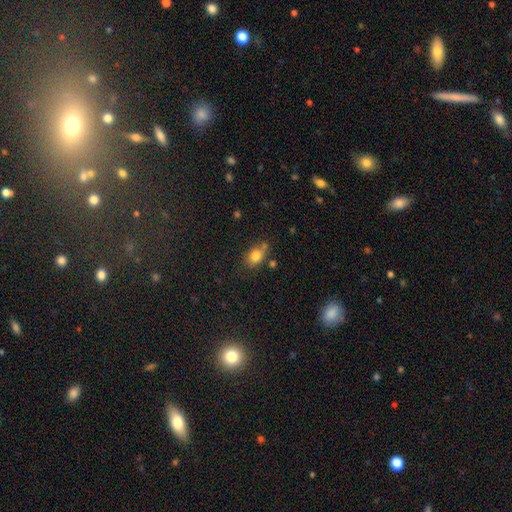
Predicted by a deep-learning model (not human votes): smooth_or_featured: smooth (p=0.80) [alt: star or artifact p=0.10]
how_rounded: in between (p=0.68) [alt: round p=0.30]
merging: none (p=0.58) [alt: minor disturbance p=0.24]